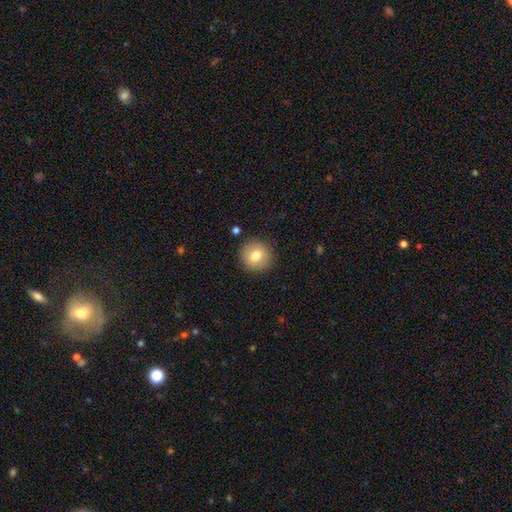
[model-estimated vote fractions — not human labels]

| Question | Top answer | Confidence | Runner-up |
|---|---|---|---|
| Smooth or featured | smooth | 77% | featured or disk (14%) |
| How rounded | round | 93% | in between (7%) |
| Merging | none | 89% | minor disturbance (7%) |